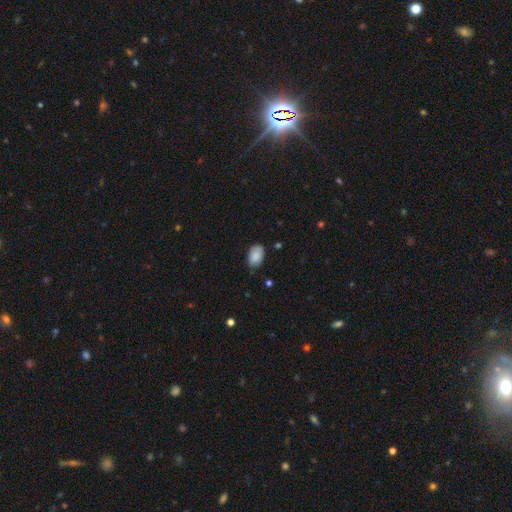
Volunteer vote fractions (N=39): Smooth or featured? 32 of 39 (82%) said smooth. How rounded? 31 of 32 (97%) said in between. Merging? 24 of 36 (67%) said none.